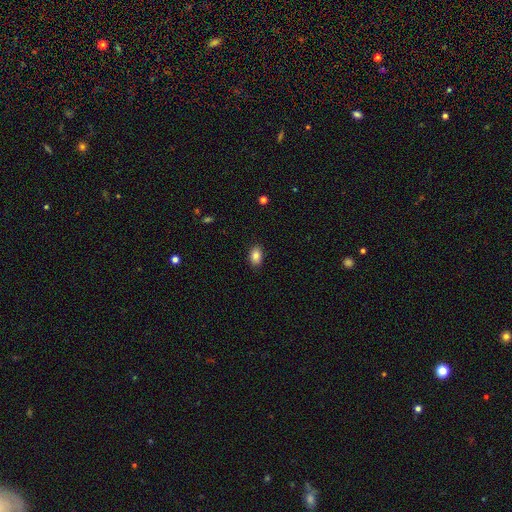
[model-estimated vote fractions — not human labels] smooth_or_featured: smooth (p=0.85) [alt: star or artifact p=0.08]
how_rounded: in between (p=0.86) [alt: round p=0.12]
merging: none (p=0.88) [alt: minor disturbance p=0.09]